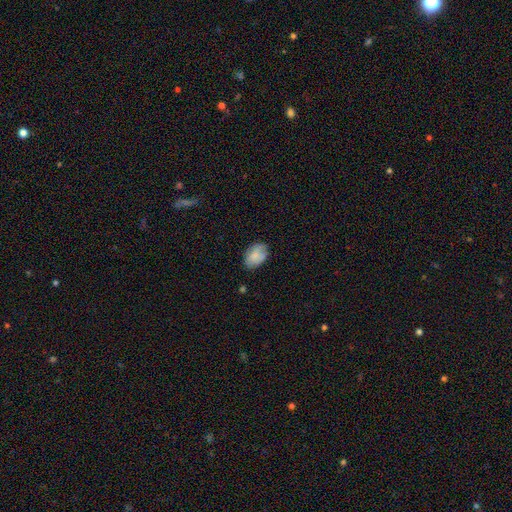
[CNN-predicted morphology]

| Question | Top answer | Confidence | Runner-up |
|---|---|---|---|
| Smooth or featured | smooth | 79% | featured or disk (14%) |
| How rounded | in between | 85% | round (13%) |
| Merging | none | 72% | minor disturbance (22%) |